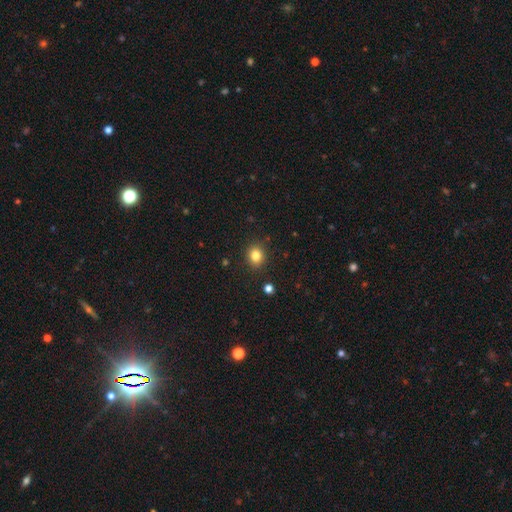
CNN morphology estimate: Smooth or featured? smooth (82%)
How rounded? round (73%)
Merging? none (89%)